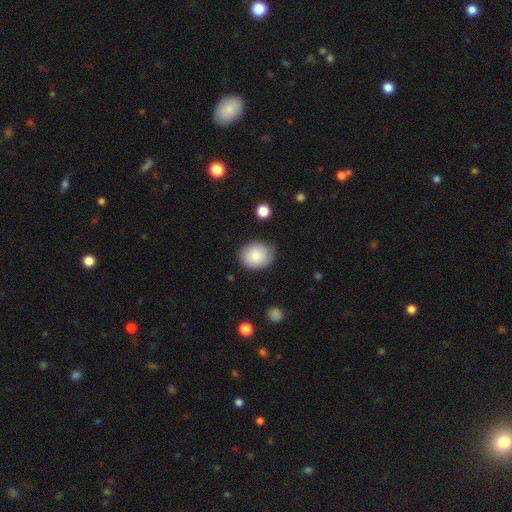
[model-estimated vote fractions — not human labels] A smooth galaxy with no disk features (82%) that is round (54%). Merging: none (81%).